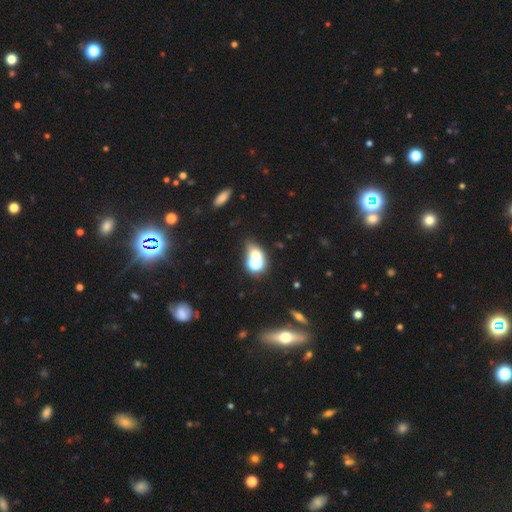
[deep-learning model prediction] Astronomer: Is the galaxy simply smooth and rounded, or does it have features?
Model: smooth — 54% (runner-up: star or artifact, 31%).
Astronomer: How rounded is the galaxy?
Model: round — 50% (runner-up: in between, 47%).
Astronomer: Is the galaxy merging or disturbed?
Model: none — 46% (runner-up: merger, 36%).